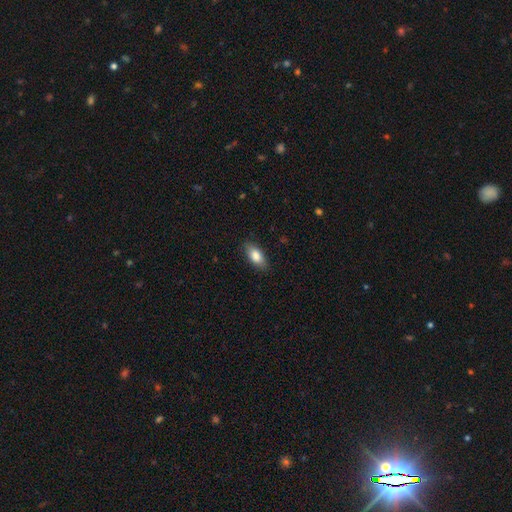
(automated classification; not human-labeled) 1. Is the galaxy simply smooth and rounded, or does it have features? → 84% smooth, 9% featured or disk, 6% star or artifact.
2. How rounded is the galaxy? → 87% in between, 9% cigar-shaped, 3% round.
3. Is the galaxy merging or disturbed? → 85% none, 11% minor disturbance, 3% major disturbance, 1% merger.